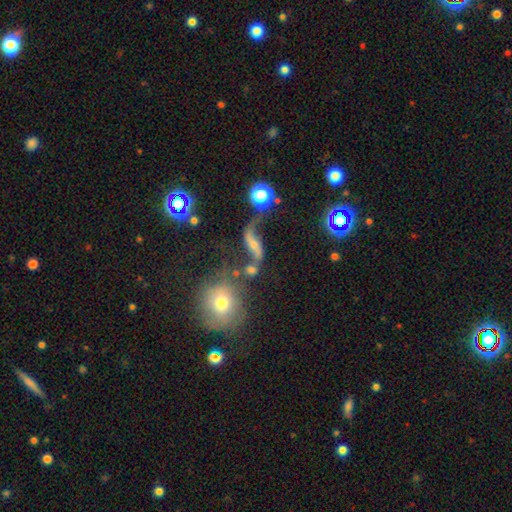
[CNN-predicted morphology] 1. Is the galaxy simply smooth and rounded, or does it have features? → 60% featured or disk, 21% star or artifact, 20% smooth.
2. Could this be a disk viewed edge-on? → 85% no, 15% yes.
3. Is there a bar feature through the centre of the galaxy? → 44% no, 35% weak, 21% strong.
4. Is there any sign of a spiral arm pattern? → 82% yes, 18% no.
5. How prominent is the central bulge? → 42% small, 38% moderate, 12% none, 5% large, 3% dominant.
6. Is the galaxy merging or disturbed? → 46% none, 18% major disturbance, 18% merger, 18% minor disturbance.